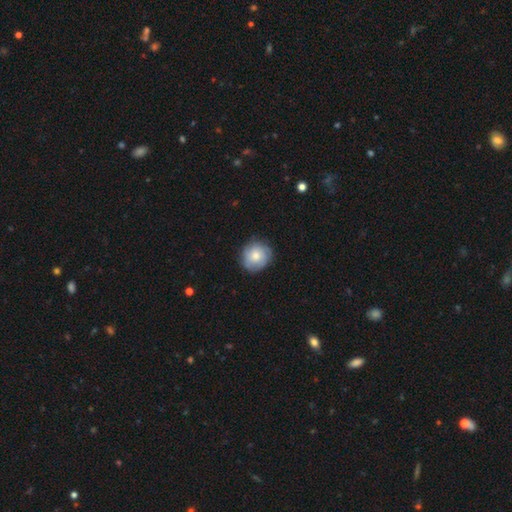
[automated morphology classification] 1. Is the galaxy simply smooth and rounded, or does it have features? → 69% smooth, 24% featured or disk, 7% star or artifact.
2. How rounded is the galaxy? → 82% round, 17% in between, 1% cigar-shaped.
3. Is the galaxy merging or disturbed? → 79% none, 17% minor disturbance, 4% major disturbance, 1% merger.